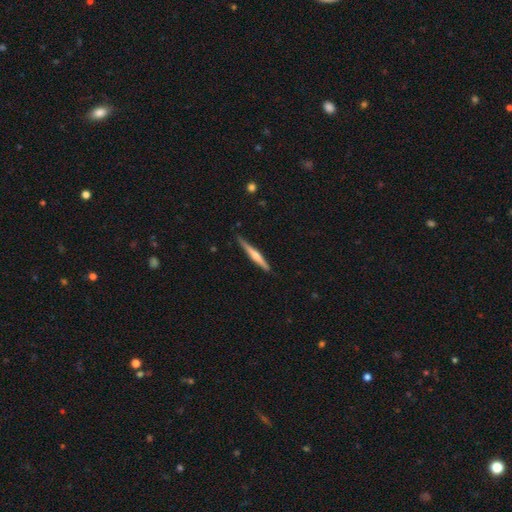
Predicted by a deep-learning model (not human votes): A featured or disk galaxy (56%) viewed edge-on (98%) with a rounded central bulge (69%). Merging: none (84%).